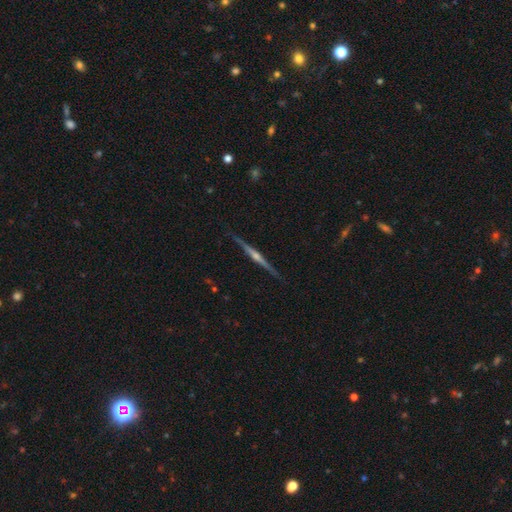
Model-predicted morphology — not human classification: type=featured or disk (86%); edge-on=yes (99%); edge-on bulge=rounded (85%); merging=none (91%).